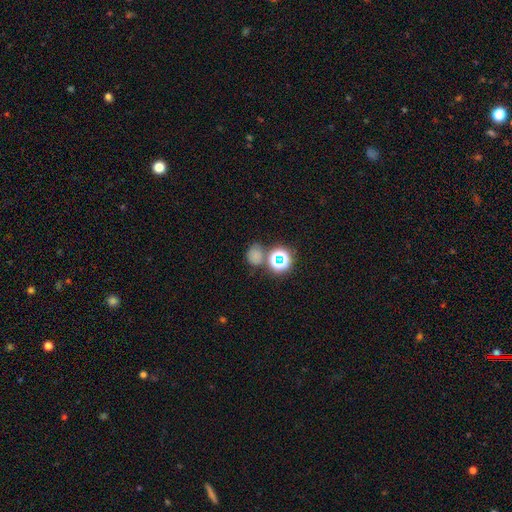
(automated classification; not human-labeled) A smooth galaxy with no disk features (63%) that is round (67%).

Vote fractions:
- Smooth or featured? smooth: 63% / star or artifact: 29% / featured or disk: 8%
- How rounded? round: 67% / in between: 32% / cigar-shaped: 1%
- Merging? none: 62% / merger: 17% / minor disturbance: 14% / major disturbance: 6%